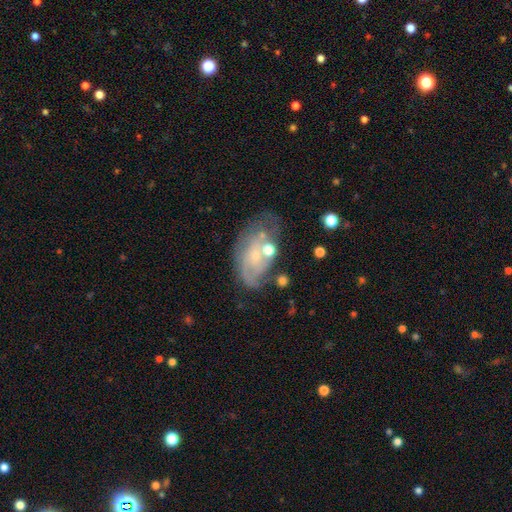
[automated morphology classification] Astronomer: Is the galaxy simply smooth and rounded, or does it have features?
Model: featured or disk — 64%.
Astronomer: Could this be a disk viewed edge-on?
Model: no — 94%.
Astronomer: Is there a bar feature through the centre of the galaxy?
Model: no — 76%.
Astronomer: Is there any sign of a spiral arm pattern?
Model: yes — 66%.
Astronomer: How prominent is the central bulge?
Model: small — 68%.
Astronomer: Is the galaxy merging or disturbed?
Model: none — 48% (runner-up: minor disturbance, 25%).